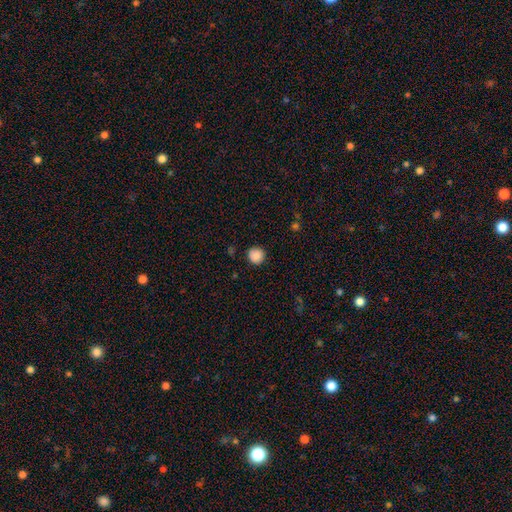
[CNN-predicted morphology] smooth_or_featured: smooth (p=0.87) [alt: star or artifact p=0.10]
how_rounded: round (p=0.94) [alt: in between p=0.05]
merging: none (p=0.89) [alt: minor disturbance p=0.07]